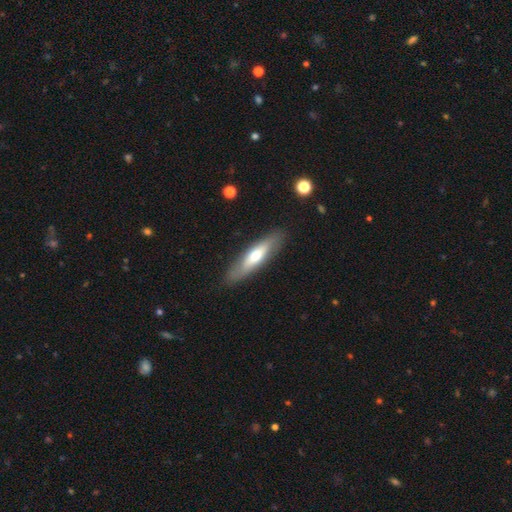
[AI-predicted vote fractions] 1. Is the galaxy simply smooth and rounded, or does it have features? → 55% smooth, 40% featured or disk, 5% star or artifact.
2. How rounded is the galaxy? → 67% cigar-shaped, 31% in between, 2% round.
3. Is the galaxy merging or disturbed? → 85% none, 10% minor disturbance, 3% major disturbance, 1% merger.